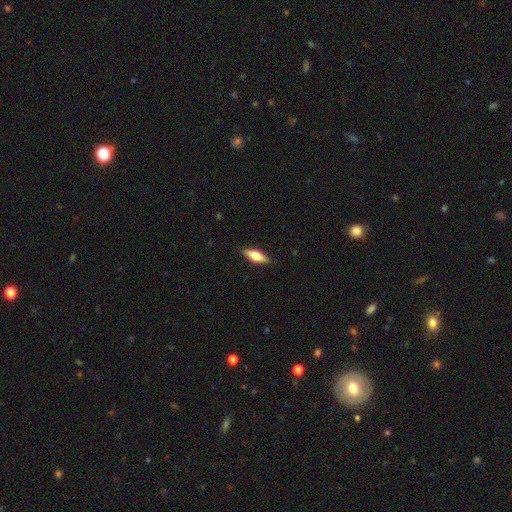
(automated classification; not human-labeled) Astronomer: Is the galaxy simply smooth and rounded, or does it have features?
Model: smooth — 63%.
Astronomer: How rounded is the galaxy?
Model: in between — 60% (runner-up: cigar-shaped, 37%).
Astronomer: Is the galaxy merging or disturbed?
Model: none — 88%.